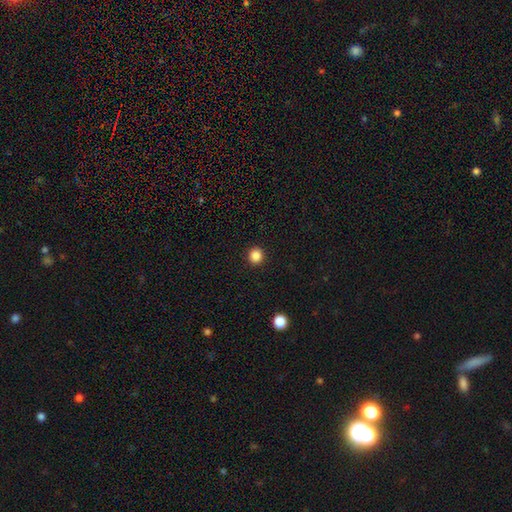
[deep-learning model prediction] The model was most divided on "smooth or featured": smooth: 86%, star or artifact: 11%, featured or disk: 3%. More confident: merging — none (93%); how rounded — round (92%).